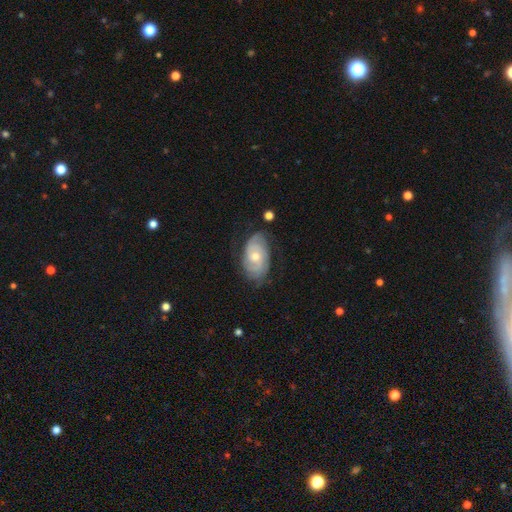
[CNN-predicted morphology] type=featured or disk (80%); edge-on=no (96%); bar=no (72%); spiral arms=yes (93%); winding=tight (68%); arm count=2 (38%); bulge=moderate (58%); merging=none (74%).